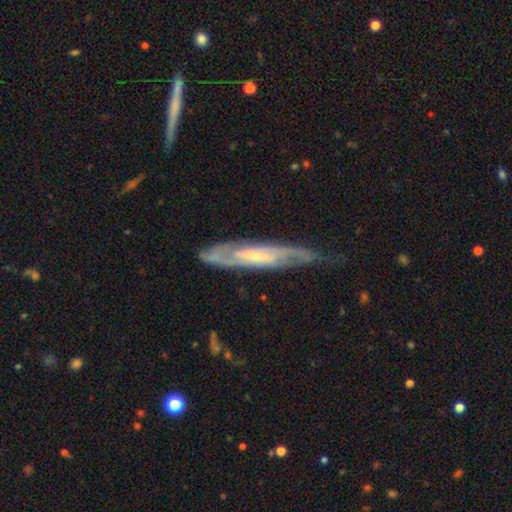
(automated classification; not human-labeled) Overall: featured or disk (80%). Edge-on disk: no (60%; yes 40%). Merging: none (67%).